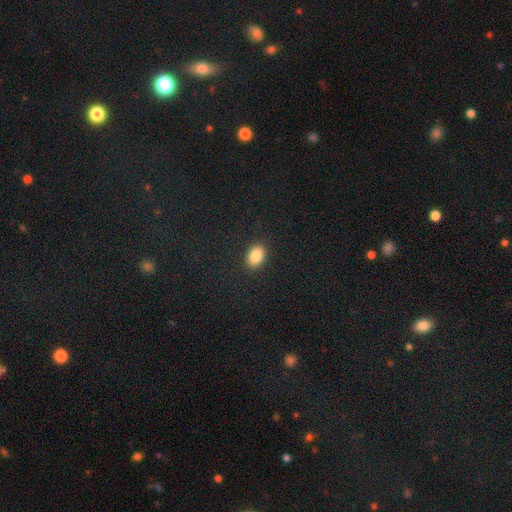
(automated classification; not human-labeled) smooth-or-featured: smooth: 85% | star or artifact: 9% | featured or disk: 6%
  how-rounded: in between: 80% | round: 19% | cigar-shaped: 1%
  merging: none: 89% | minor disturbance: 8% | major disturbance: 2% | merger: 1%